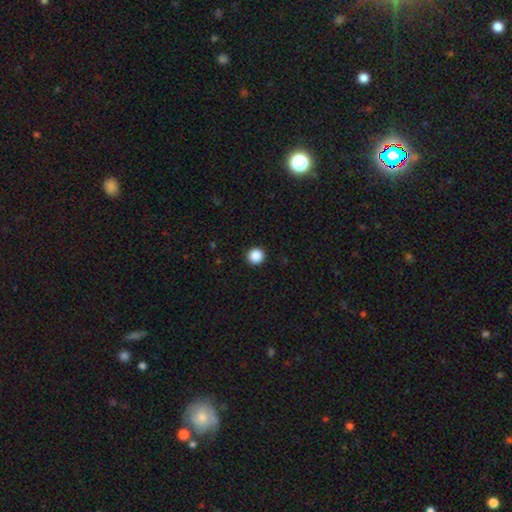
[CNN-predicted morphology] This appears to be a smooth galaxy with no disk features (88%) that is round (95%). Merging: none (93%).